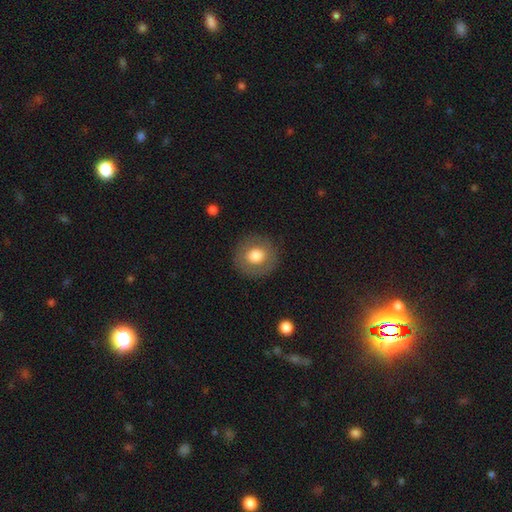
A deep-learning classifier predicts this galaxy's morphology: This is likely a smooth galaxy (71%). How rounded: clearly round (92%). Merging: clearly none (88%).